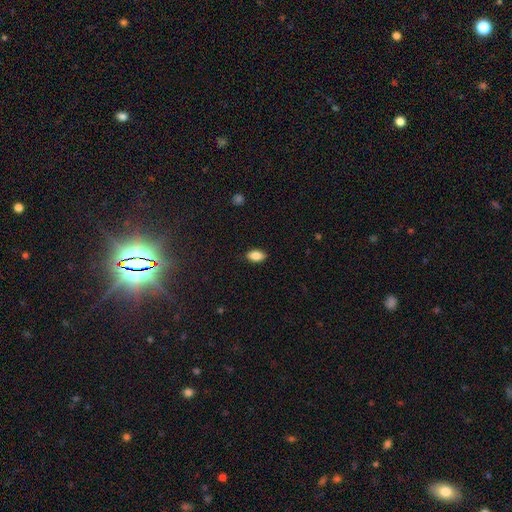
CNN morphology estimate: Smooth or featured?
  - smooth: 84% *
  - featured or disk: 8%
  - star or artifact: 8%
How rounded?
  - in between: 90% *
  - round: 6%
  - cigar-shaped: 5%
Merging?
  - none: 87% *
  - minor disturbance: 10%
  - major disturbance: 2%
  - merger: 1%